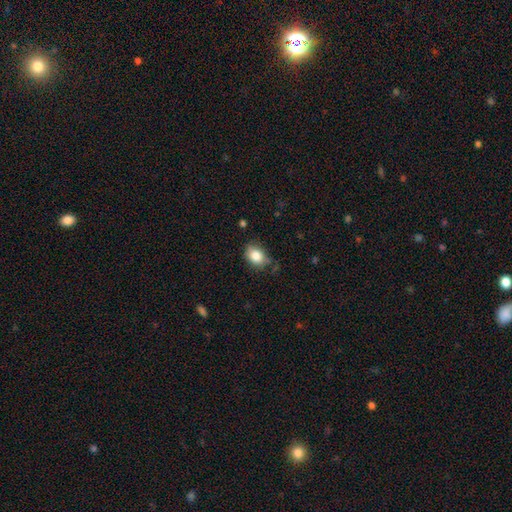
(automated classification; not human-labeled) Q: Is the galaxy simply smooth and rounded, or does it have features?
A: smooth — 84%.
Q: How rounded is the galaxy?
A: in between — 69%.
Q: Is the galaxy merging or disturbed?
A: none — 69%.